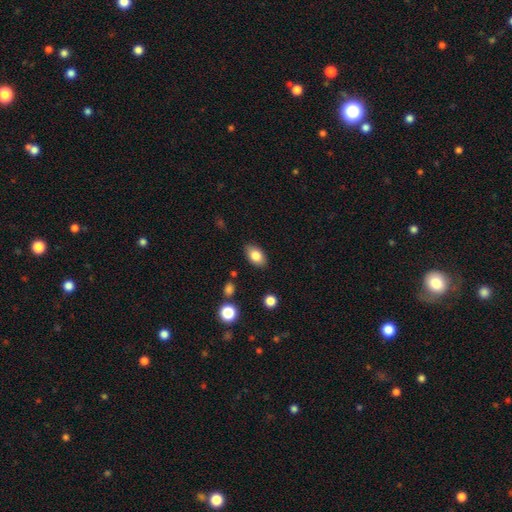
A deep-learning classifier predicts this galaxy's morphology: Smooth or featured?
  - smooth: 82% *
  - featured or disk: 10%
  - star or artifact: 8%
How rounded?
  - in between: 89% *
  - round: 10%
  - cigar-shaped: 2%
Merging?
  - none: 85% *
  - minor disturbance: 11%
  - major disturbance: 3%
  - merger: 1%